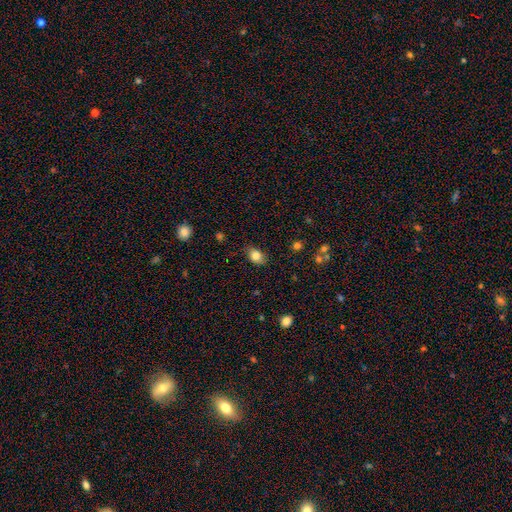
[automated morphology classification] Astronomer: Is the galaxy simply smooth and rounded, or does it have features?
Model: smooth — 83%.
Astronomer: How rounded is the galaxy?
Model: in between — 75%.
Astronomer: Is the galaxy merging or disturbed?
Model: none — 79%.